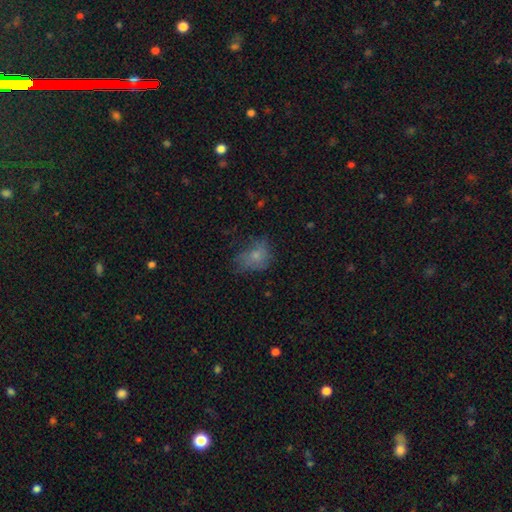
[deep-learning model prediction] smooth_or_featured: smooth (p=0.67) [alt: featured or disk p=0.20]
how_rounded: in between (p=0.62) [alt: round p=0.37]
merging: none (p=0.45) [alt: minor disturbance p=0.30]